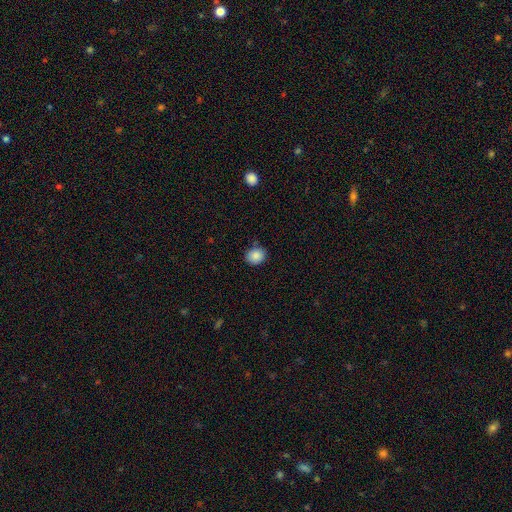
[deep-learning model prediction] A smooth galaxy with no disk features (87%) that is round (70%). Merging: none (80%).